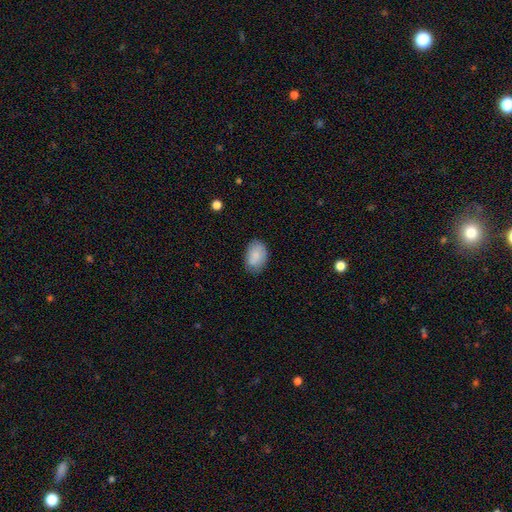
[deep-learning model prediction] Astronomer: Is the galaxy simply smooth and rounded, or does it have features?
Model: smooth — 85%.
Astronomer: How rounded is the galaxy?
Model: in between — 85%.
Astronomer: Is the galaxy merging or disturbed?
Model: none — 76%.